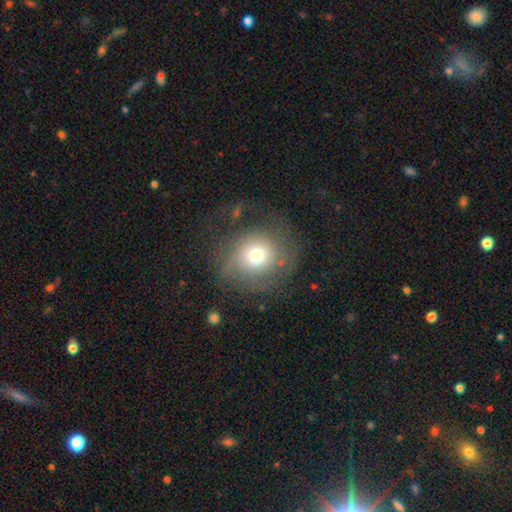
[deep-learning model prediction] smooth 61%, featured or disk 27%, star or artifact 12%. Down the decision tree: how rounded — round (84%); merging — none (54%).